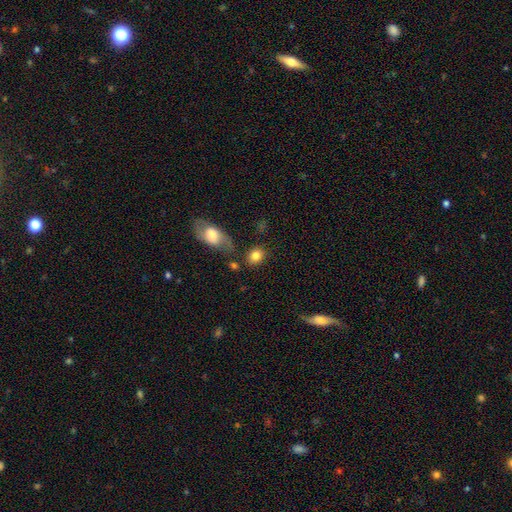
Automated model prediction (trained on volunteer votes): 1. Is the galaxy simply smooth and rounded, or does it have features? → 83% smooth, 9% featured or disk, 8% star or artifact.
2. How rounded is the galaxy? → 52% round, 46% in between, 2% cigar-shaped.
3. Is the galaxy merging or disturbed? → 73% none, 12% minor disturbance, 10% merger, 4% major disturbance.